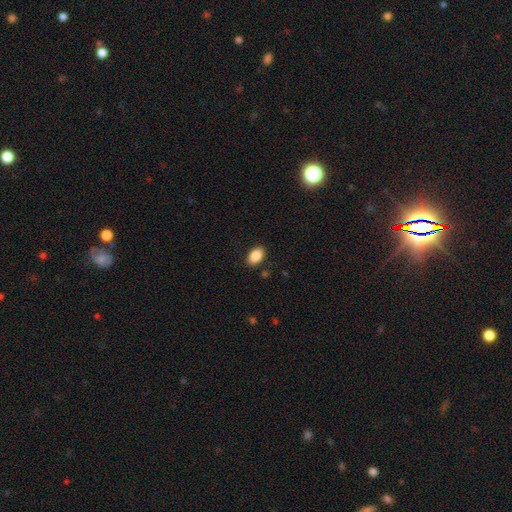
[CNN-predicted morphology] Smooth or featured?
  - smooth: 88% *
  - star or artifact: 8%
  - featured or disk: 4%
How rounded?
  - in between: 90% *
  - round: 8%
  - cigar-shaped: 2%
Merging?
  - none: 88% *
  - minor disturbance: 9%
  - major disturbance: 2%
  - merger: 1%